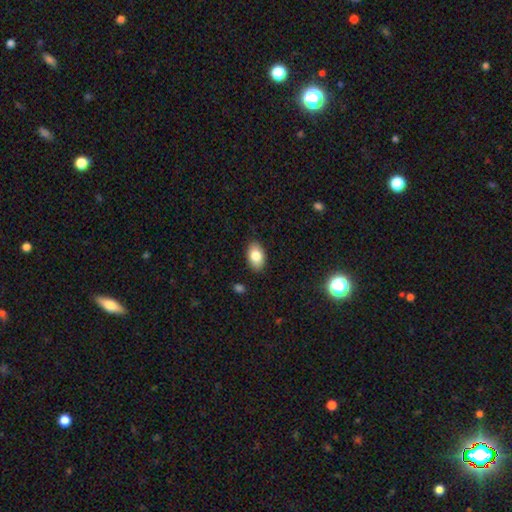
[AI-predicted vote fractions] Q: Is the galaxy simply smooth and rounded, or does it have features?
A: smooth — 82%.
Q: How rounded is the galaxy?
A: in between — 91%.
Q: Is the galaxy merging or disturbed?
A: none — 87%.